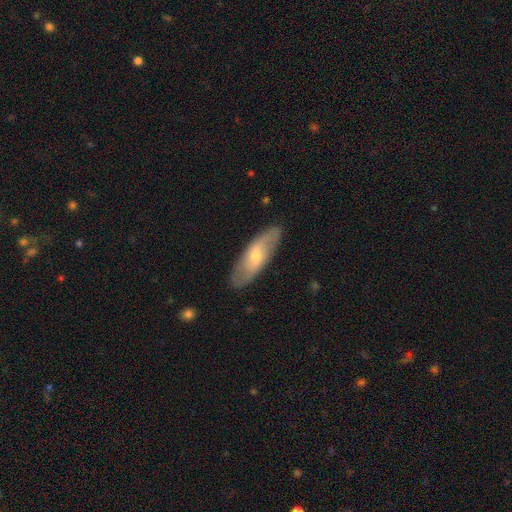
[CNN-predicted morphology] Q: Smooth or featured?
A: featured or disk (51%); runner-up: smooth (43%)
Q: Edge-on disk?
A: no (76%); runner-up: yes (24%)
Q: Merging?
A: none (85%); runner-up: minor disturbance (11%)